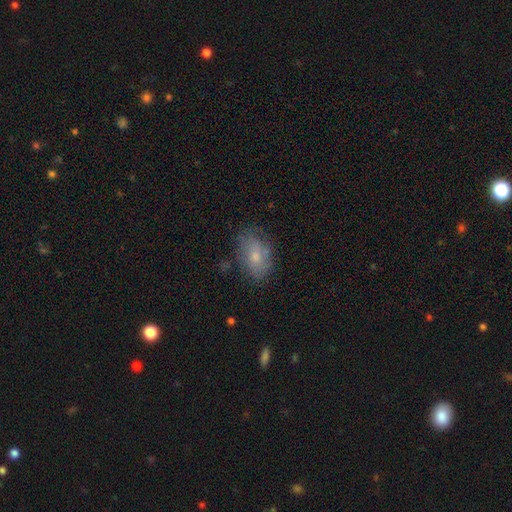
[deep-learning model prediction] A smooth galaxy with no disk features (66%) that is in between round and cigar-shaped (86%). Merging: none (65%).